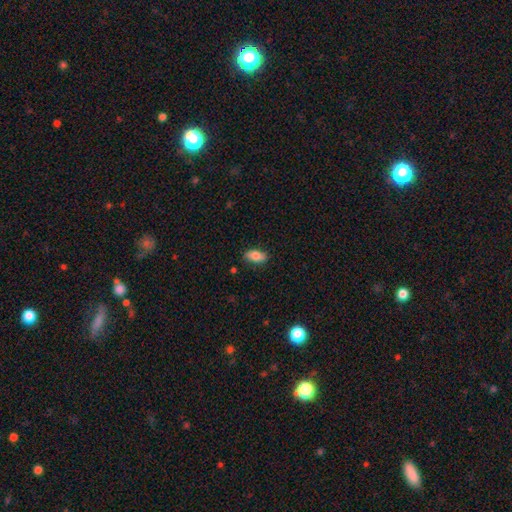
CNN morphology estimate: The model was most divided on "smooth or featured": smooth: 80%, featured or disk: 13%, star or artifact: 7%. More confident: how rounded — in between (88%); merging — none (83%).